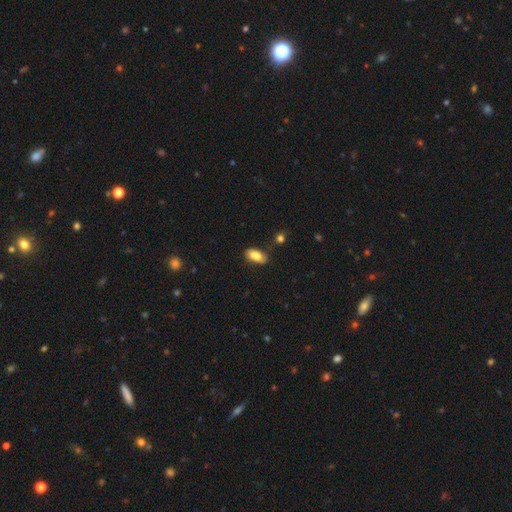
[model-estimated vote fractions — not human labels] smooth-or-featured: smooth: 80% | featured or disk: 12% | star or artifact: 7%
  how-rounded: in between: 91% | cigar-shaped: 5% | round: 4%
  merging: none: 72% | minor disturbance: 19% | major disturbance: 4% | merger: 4%